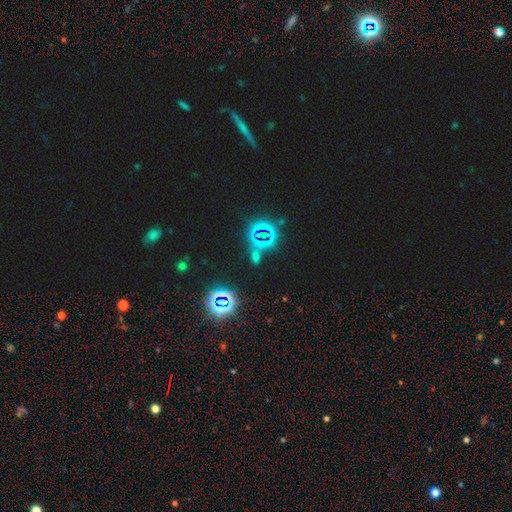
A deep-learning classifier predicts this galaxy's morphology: smooth-or-featured: star or artifact: 69% | smooth: 22% | featured or disk: 9%